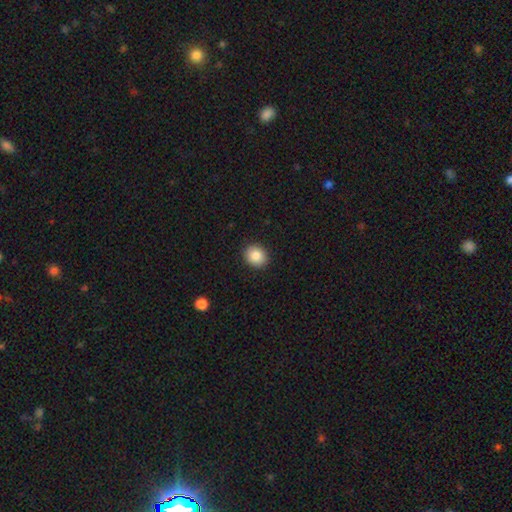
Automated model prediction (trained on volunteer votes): Smooth or featured?
  - smooth: 86% *
  - star or artifact: 8%
  - featured or disk: 6%
How rounded?
  - round: 68% *
  - in between: 31%
  - cigar-shaped: 1%
Merging?
  - none: 91% *
  - minor disturbance: 6%
  - major disturbance: 2%
  - merger: 1%